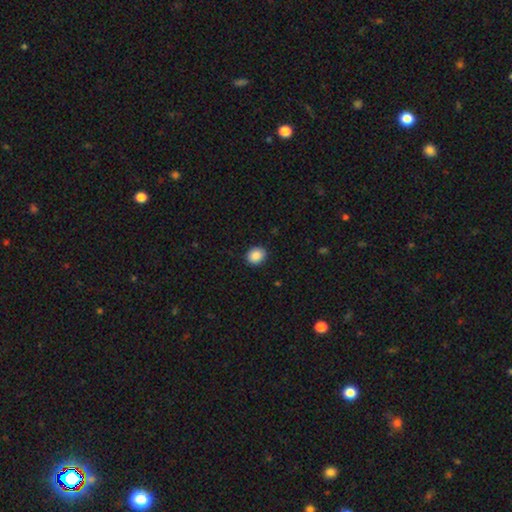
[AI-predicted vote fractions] Q: Smooth or featured?
A: smooth (89%); runner-up: star or artifact (8%)
Q: How rounded?
A: round (69%); runner-up: in between (31%)
Q: Merging?
A: none (91%); runner-up: minor disturbance (7%)